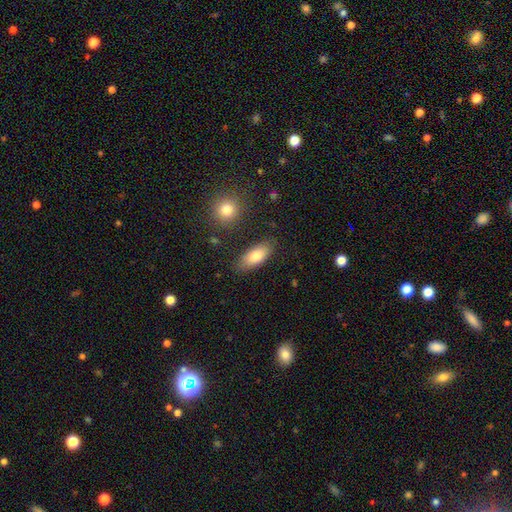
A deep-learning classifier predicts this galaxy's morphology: A smooth galaxy with no disk features (79%) that is in between round and cigar-shaped (86%). Merging: none (81%).